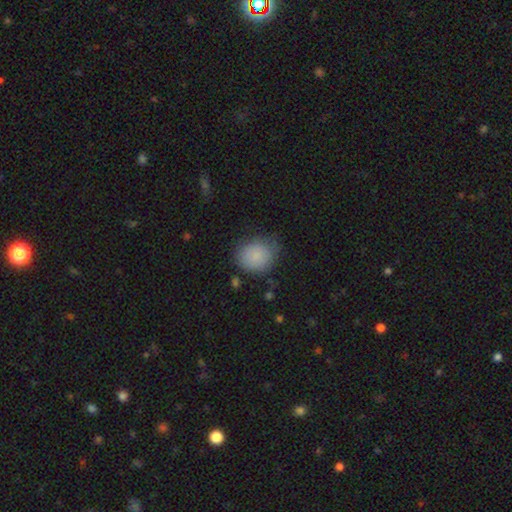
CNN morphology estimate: type=smooth (85%); roundness=round (70%); merging=none (64%).